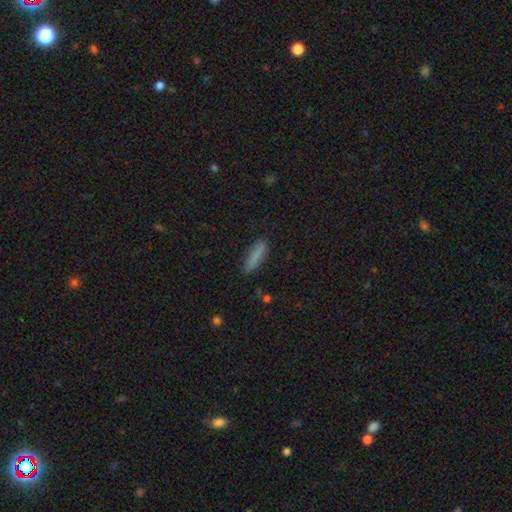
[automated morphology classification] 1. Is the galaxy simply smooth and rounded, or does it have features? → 82% smooth, 10% featured or disk, 8% star or artifact.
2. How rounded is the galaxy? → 71% cigar-shaped, 27% in between, 2% round.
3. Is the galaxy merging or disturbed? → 83% none, 12% minor disturbance, 3% major disturbance, 2% merger.